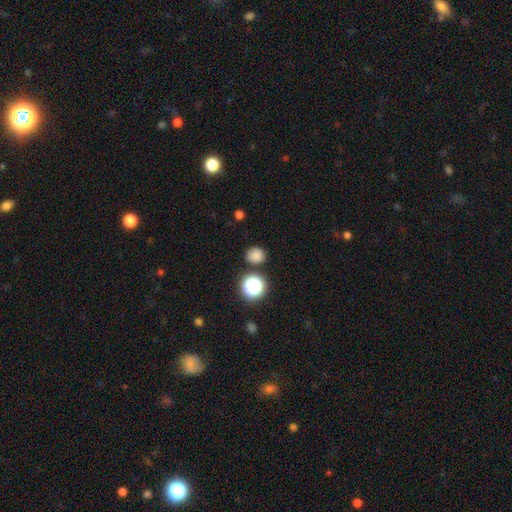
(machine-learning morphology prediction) Q: Smooth or featured?
A: smooth (80%); runner-up: star or artifact (16%)
Q: How rounded?
A: round (78%); runner-up: in between (21%)
Q: Merging?
A: none (83%); runner-up: minor disturbance (9%)